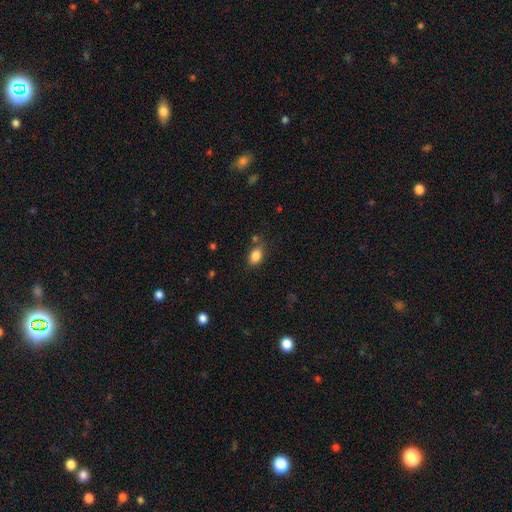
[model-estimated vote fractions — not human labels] Q: Smooth or featured?
A: smooth (84%); runner-up: star or artifact (9%)
Q: How rounded?
A: in between (84%); runner-up: round (14%)
Q: Merging?
A: none (74%); runner-up: minor disturbance (15%)